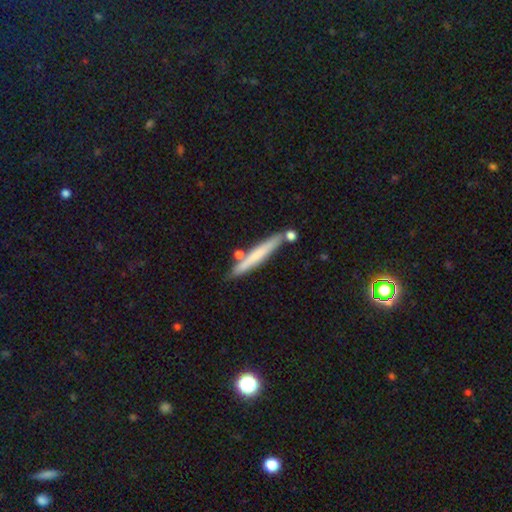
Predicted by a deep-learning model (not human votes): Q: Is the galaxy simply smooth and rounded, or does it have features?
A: smooth — 60%.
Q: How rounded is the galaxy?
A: cigar-shaped — 95%.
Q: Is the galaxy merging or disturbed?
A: none — 78%.